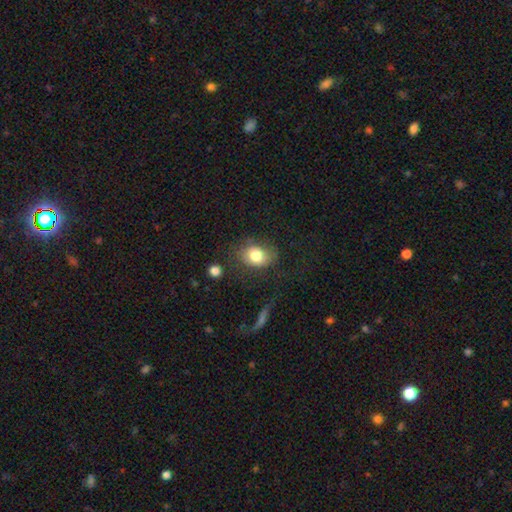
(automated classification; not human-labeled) Smooth or featured? Predicted: smooth (p=0.77). How rounded? Predicted: in between (p=0.64). Merging? Predicted: none (p=0.65).